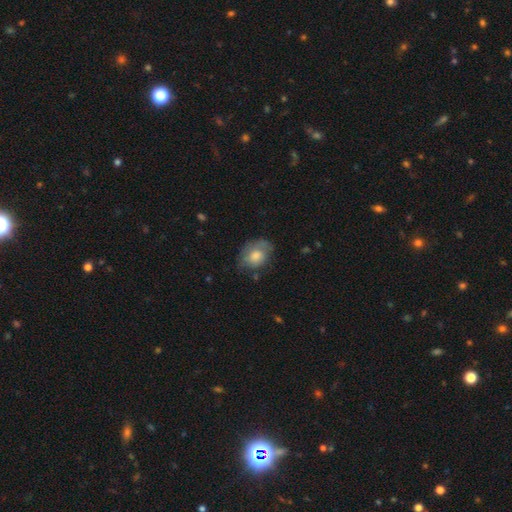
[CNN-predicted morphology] smooth 70%, featured or disk 23%, star or artifact 8%. Down the decision tree: how rounded — in between (61%); merging — none (55%).